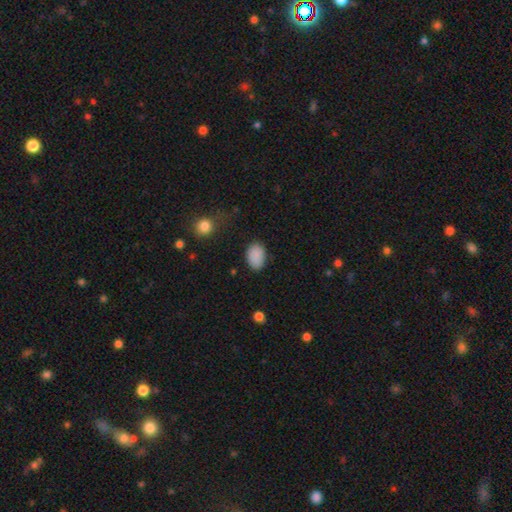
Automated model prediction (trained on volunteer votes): smooth-or-featured: smooth: 89% | star or artifact: 8% | featured or disk: 4%
  how-rounded: in between: 88% | round: 11% | cigar-shaped: 1%
  merging: none: 83% | minor disturbance: 13% | major disturbance: 3% | merger: 1%